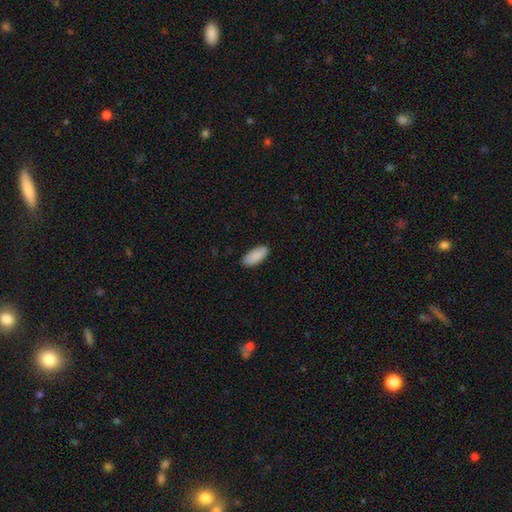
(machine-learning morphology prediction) Q: Smooth or featured?
A: smooth (90%); runner-up: star or artifact (6%)
Q: How rounded?
A: in between (88%); runner-up: cigar-shaped (11%)
Q: Merging?
A: none (87%); runner-up: minor disturbance (10%)